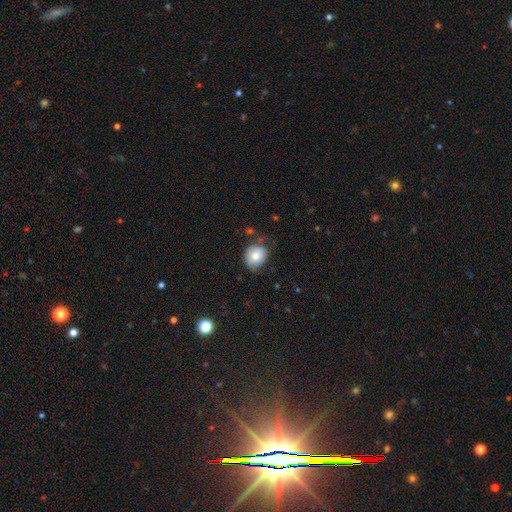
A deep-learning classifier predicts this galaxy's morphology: Smooth or featured? smooth (79%)
How rounded? round (65%)
Merging? none (65%)